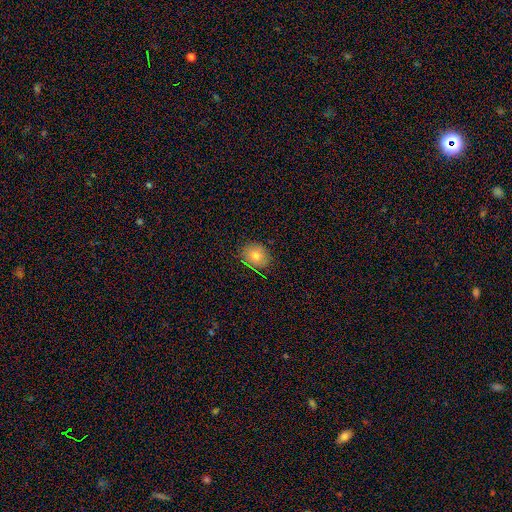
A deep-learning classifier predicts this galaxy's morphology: This is likely a smooth galaxy (74%). How rounded: likely round (66%). Merging: clearly none (84%).